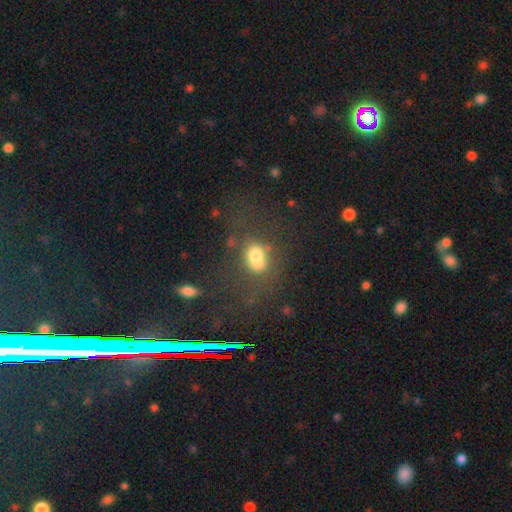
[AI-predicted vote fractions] A smooth galaxy with no disk features (69%) that is in between round and cigar-shaped (68%).

Vote fractions:
- Smooth or featured? smooth: 69% / featured or disk: 16% / star or artifact: 15%
- How rounded? in between: 68% / round: 29% / cigar-shaped: 3%
- Merging? none: 52% / major disturbance: 23% / minor disturbance: 19% / merger: 6%